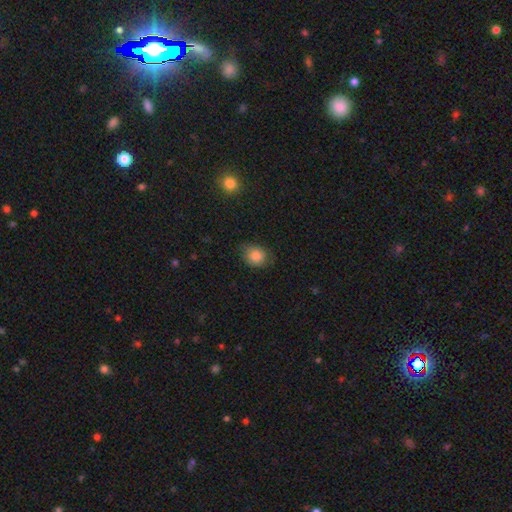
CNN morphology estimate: Smooth or featured?
  - smooth: 82% *
  - featured or disk: 9%
  - star or artifact: 9%
How rounded?
  - round: 57% *
  - in between: 42%
  - cigar-shaped: 1%
Merging?
  - none: 72% *
  - minor disturbance: 21%
  - major disturbance: 5%
  - merger: 1%